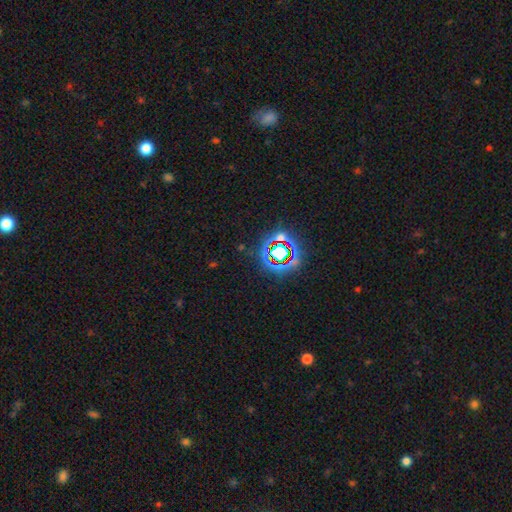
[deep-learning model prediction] Q: Smooth or featured?
A: star or artifact (75%); runner-up: smooth (15%)